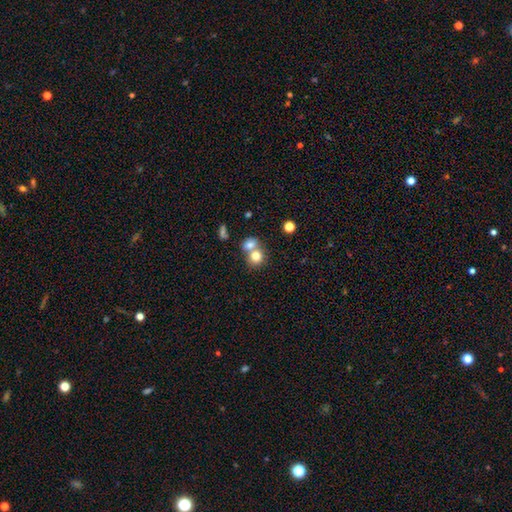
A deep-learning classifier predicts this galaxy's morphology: Smooth or featured? smooth (76%)
How rounded? round (75%)
Merging? merger (55%)